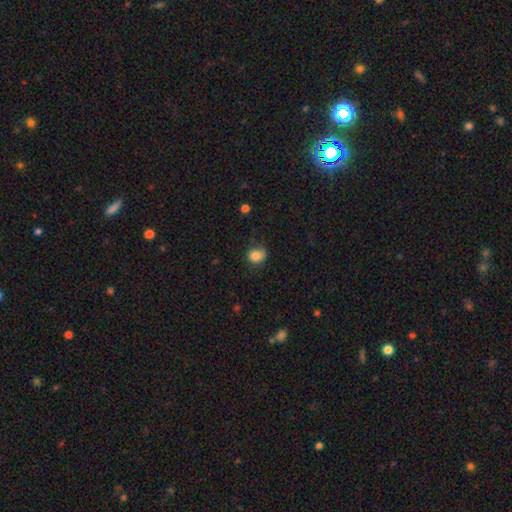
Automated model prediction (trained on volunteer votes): smooth_or_featured: smooth (p=0.83) [alt: star or artifact p=0.10]
how_rounded: round (p=0.69) [alt: in between p=0.30]
merging: none (p=0.69) [alt: minor disturbance p=0.24]